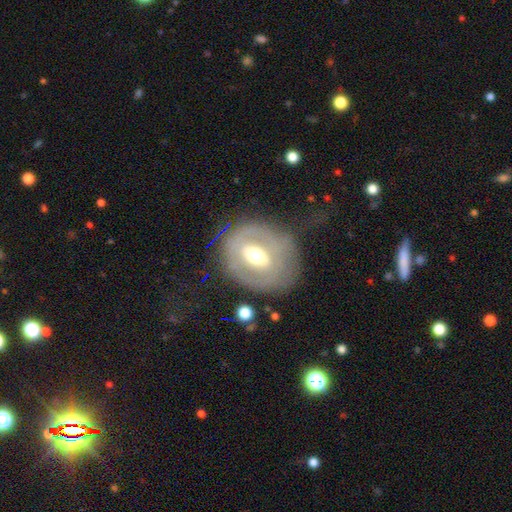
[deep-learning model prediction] Smooth or featured?
  - featured or disk: 65% *
  - smooth: 28%
  - star or artifact: 7%
Edge-on disk?
  - no: 94% *
  - yes: 6%
Bar?
  - weak: 43% *
  - no: 28%
  - strong: 28%
Spiral arms?
  - no: 60% *
  - yes: 40%
Bulge size?
  - moderate: 70% *
  - small: 15%
  - large: 12%
  - dominant: 1%
  - none: 1%
Merging?
  - none: 62% *
  - minor disturbance: 21%
  - major disturbance: 16%
  - merger: 2%